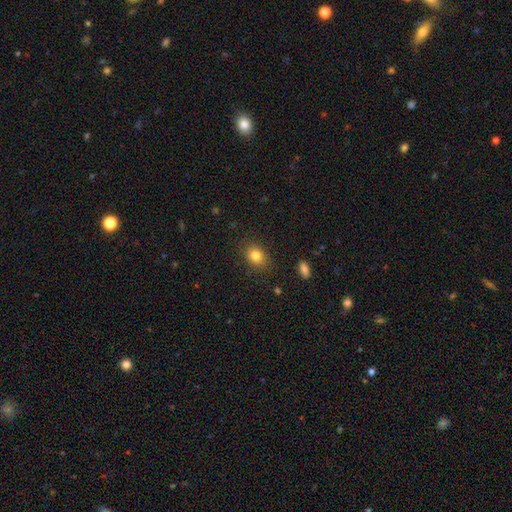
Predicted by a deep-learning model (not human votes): Smooth or featured? Predicted: smooth (p=0.82). How rounded? Predicted: in between (p=0.56). Merging? Predicted: none (p=0.85).